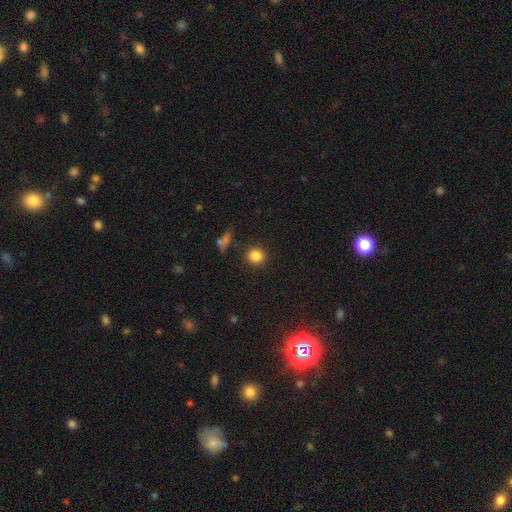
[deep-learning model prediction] A smooth galaxy with no disk features (84%) that is round (87%). Merging: none (87%).